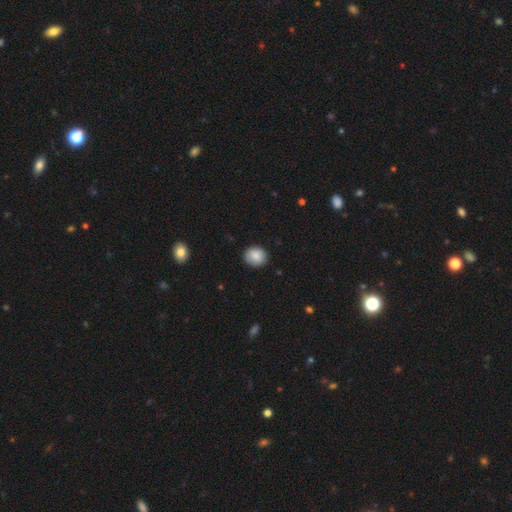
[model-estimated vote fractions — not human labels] A smooth galaxy with no disk features (86%) that is round (74%).

Vote fractions:
- Smooth or featured? smooth: 86% / star or artifact: 8% / featured or disk: 6%
- How rounded? round: 74% / in between: 25% / cigar-shaped: 1%
- Merging? none: 88% / minor disturbance: 9% / major disturbance: 2% / merger: 1%